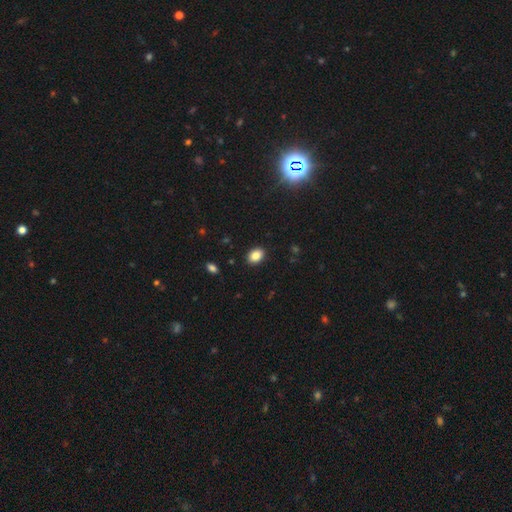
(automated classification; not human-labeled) Overall: smooth (86%). How rounded: in between (74%). Merging: none (89%).